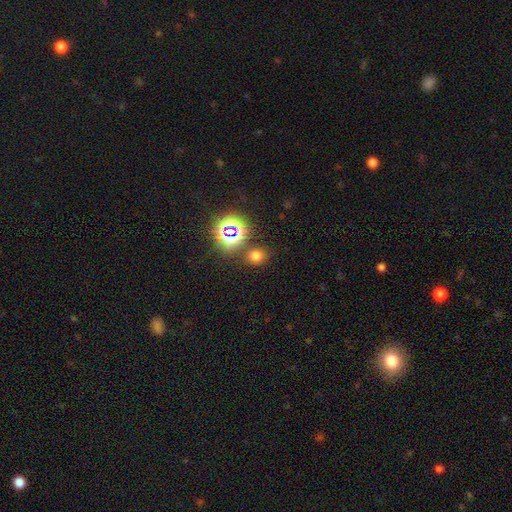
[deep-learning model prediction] Morphology: type=smooth (65%); roundness=round (68%); merging=none (79%).